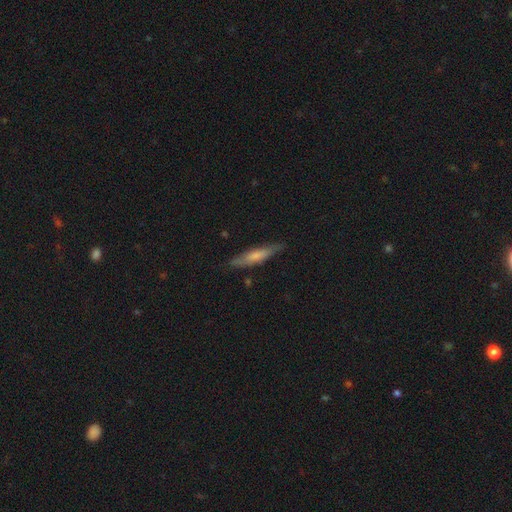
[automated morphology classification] smooth_or_featured: smooth (p=0.58) [alt: featured or disk p=0.37]
how_rounded: cigar-shaped (p=0.85) [alt: in between p=0.14]
merging: none (p=0.81) [alt: minor disturbance p=0.15]